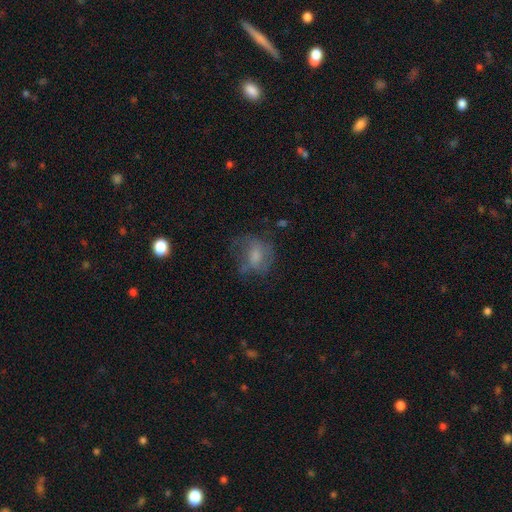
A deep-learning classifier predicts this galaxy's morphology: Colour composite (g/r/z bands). It shows a smooth galaxy with no disk features (52%) that is round (50%). Merging: none (47%).